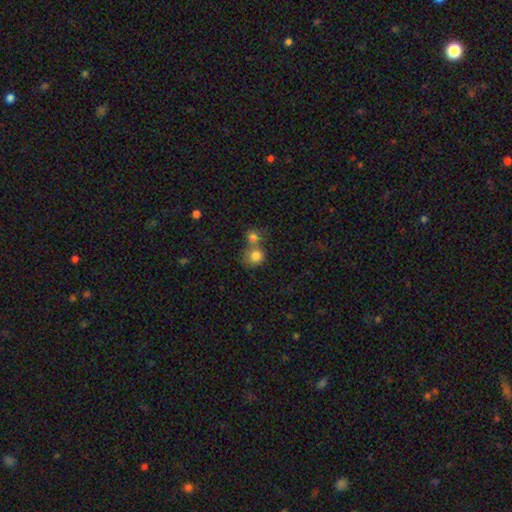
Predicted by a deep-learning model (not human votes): Smooth or featured: smooth — 81% (star or artifact — 10%)
How rounded: round — 82% (in between — 17%)
Merging: merger — 51% (none — 38%)